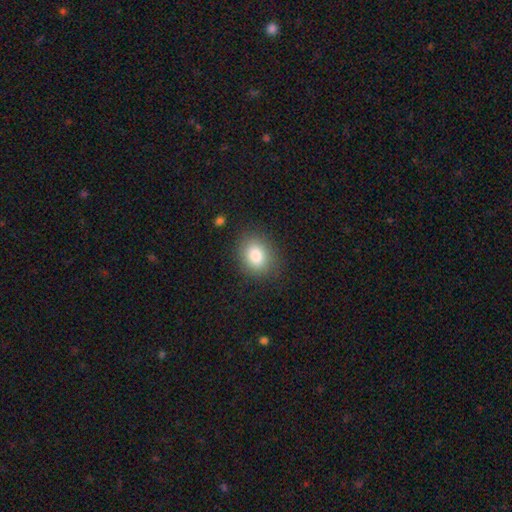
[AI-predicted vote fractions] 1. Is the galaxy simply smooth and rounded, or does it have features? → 83% smooth, 9% star or artifact, 8% featured or disk.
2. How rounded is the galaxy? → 53% round, 46% in between, 1% cigar-shaped.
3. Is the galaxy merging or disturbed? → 85% none, 10% minor disturbance, 3% major disturbance, 1% merger.